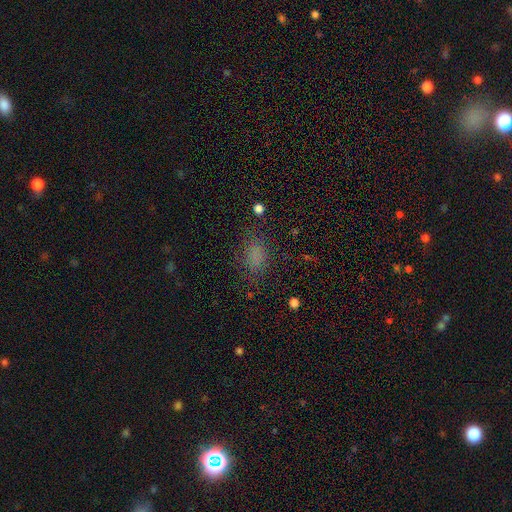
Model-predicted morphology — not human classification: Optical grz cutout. It shows a smooth galaxy with no disk features (77%) that is in between round and cigar-shaped (79%). Merging: none (73%).